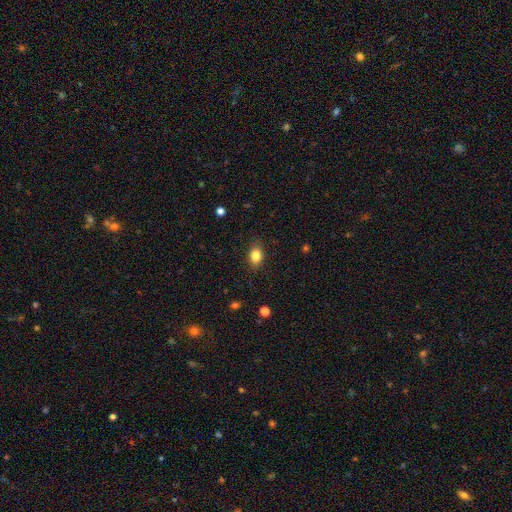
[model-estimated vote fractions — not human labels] smooth_or_featured: smooth (p=0.84) [alt: star or artifact p=0.09]
how_rounded: in between (p=0.77) [alt: round p=0.22]
merging: none (p=0.84) [alt: minor disturbance p=0.12]